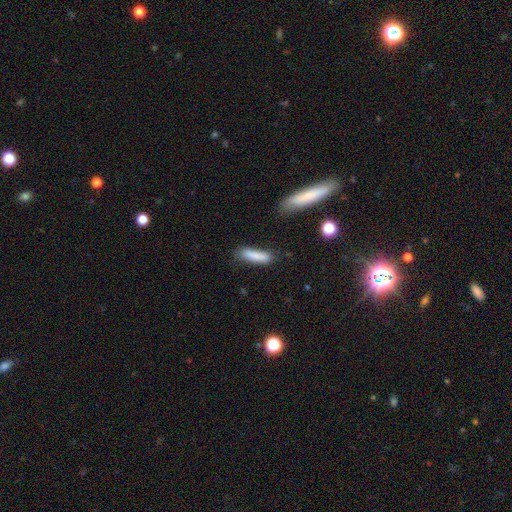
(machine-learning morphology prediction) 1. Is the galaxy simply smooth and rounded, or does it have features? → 85% smooth, 8% featured or disk, 7% star or artifact.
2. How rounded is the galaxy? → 72% cigar-shaped, 27% in between, 2% round.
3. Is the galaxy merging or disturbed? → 73% none, 18% minor disturbance, 5% major disturbance, 4% merger.